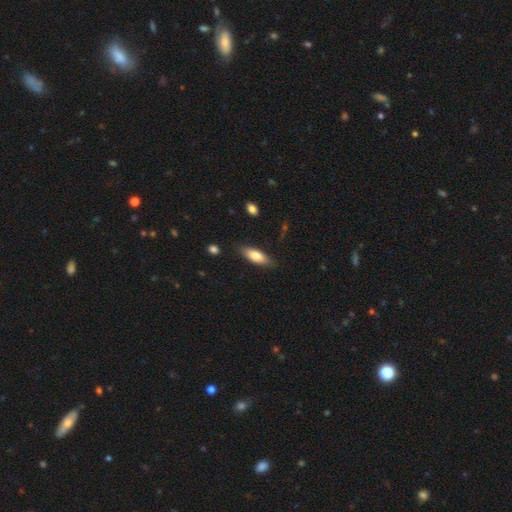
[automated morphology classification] Smooth or featured?
  - smooth: 72% *
  - featured or disk: 22%
  - star or artifact: 6%
How rounded?
  - in between: 64% *
  - cigar-shaped: 34%
  - round: 2%
Merging?
  - none: 83% *
  - minor disturbance: 13%
  - major disturbance: 2%
  - merger: 1%